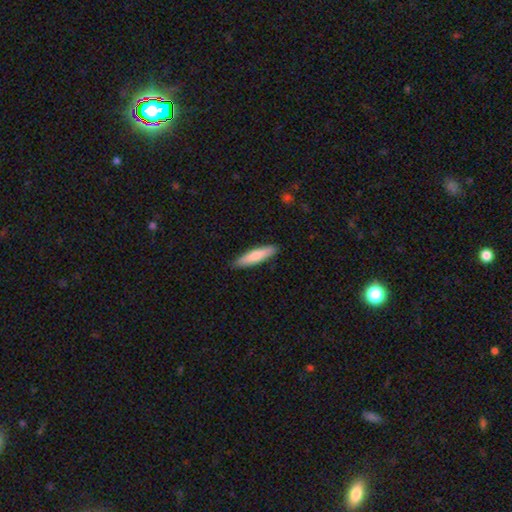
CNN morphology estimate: The model was most divided on "how rounded": cigar-shaped: 79%, in between: 20%, round: 1%. More confident: merging — none (89%); smooth or featured — smooth (79%).